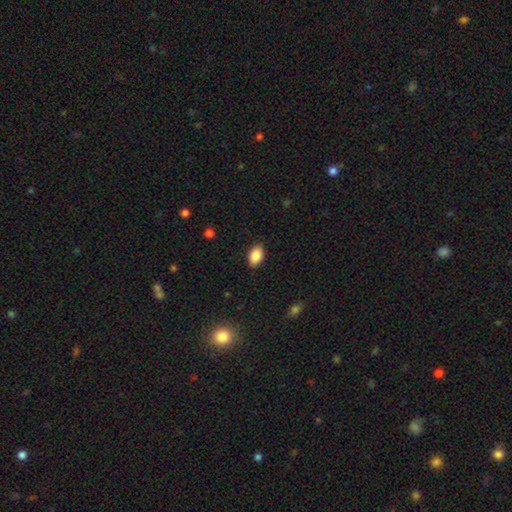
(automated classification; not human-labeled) A smooth galaxy with no disk features (87%) that is in between round and cigar-shaped (91%). Merging: none (87%).